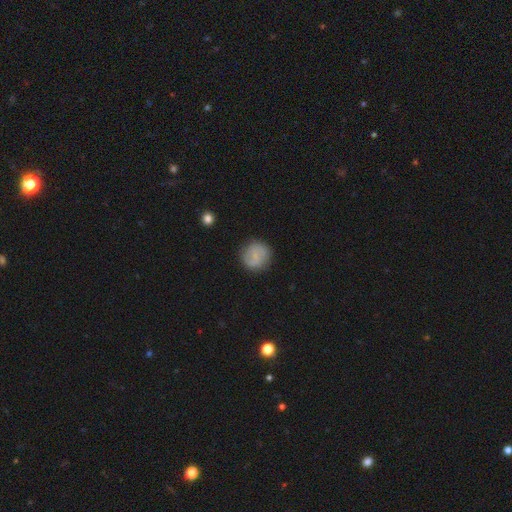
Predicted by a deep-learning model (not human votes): Overall: smooth (67%). How rounded: round (92%). Merging: none (83%).